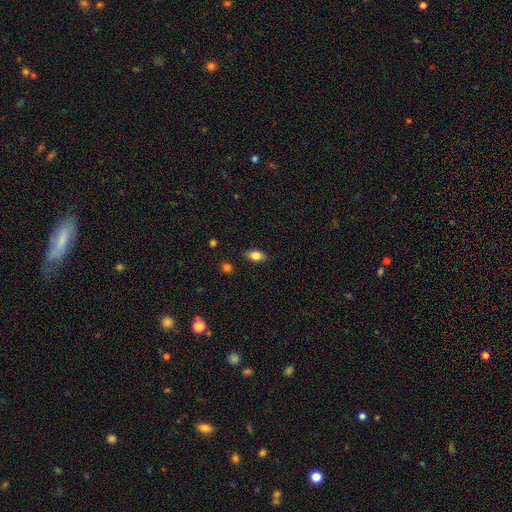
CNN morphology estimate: This appears to be a smooth galaxy with no disk features (80%) that is in between round and cigar-shaped (82%). Merging: none (83%).